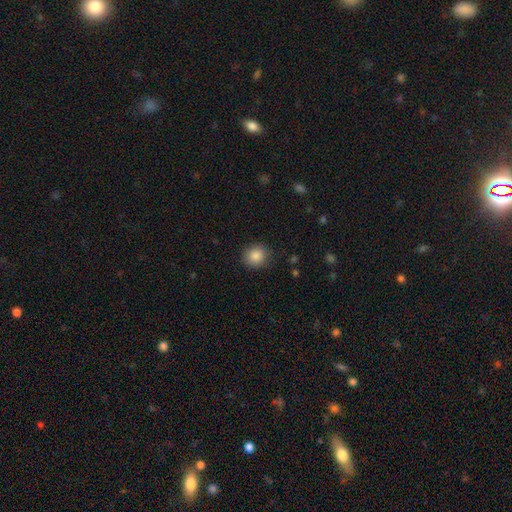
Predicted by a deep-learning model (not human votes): Smooth or featured: smooth — 87% (star or artifact — 9%)
How rounded: round — 80% (in between — 19%)
Merging: none — 87% (minor disturbance — 9%)